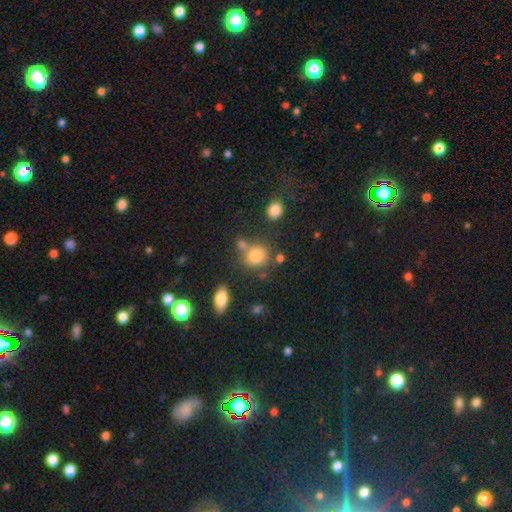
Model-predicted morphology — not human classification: Smooth or featured? Predicted: smooth (p=0.78). How rounded? Predicted: round (p=0.74). Merging? Predicted: none (p=0.62).